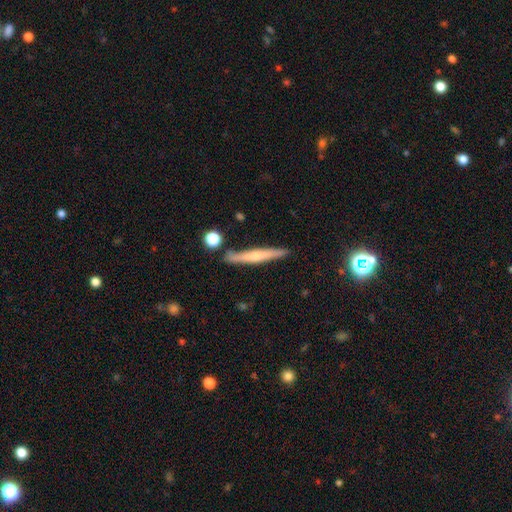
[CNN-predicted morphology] Overall: featured or disk (49%; smooth 45%). Merging: none (84%).